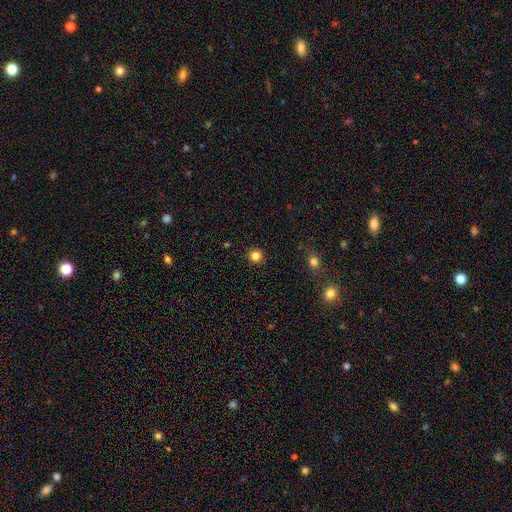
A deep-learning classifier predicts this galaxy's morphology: Overall: smooth (83%). How rounded: round (94%). Merging: none (92%).